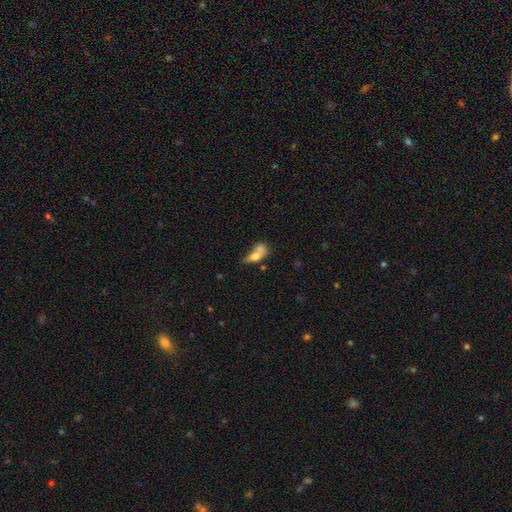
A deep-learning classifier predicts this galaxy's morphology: The model was most divided on "merging": merger: 58%, none: 20%, minor disturbance: 12%, major disturbance: 11%. More confident: how rounded — in between (69%); smooth or featured — smooth (66%).